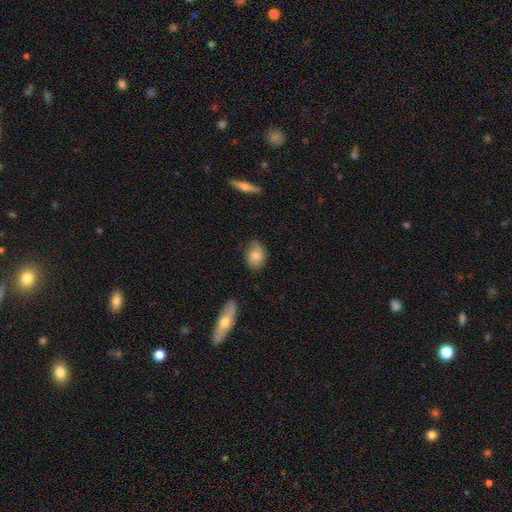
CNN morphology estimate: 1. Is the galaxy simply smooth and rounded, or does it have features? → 72% smooth, 21% featured or disk, 8% star or artifact.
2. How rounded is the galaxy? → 73% in between, 26% round, 2% cigar-shaped.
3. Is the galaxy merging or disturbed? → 72% none, 22% minor disturbance, 5% major disturbance, 2% merger.